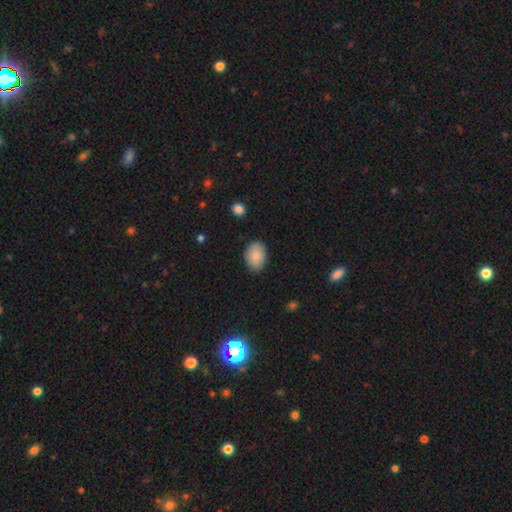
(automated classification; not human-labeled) A smooth galaxy with no disk features (86%) that is in between round and cigar-shaped (83%). Merging: none (84%).